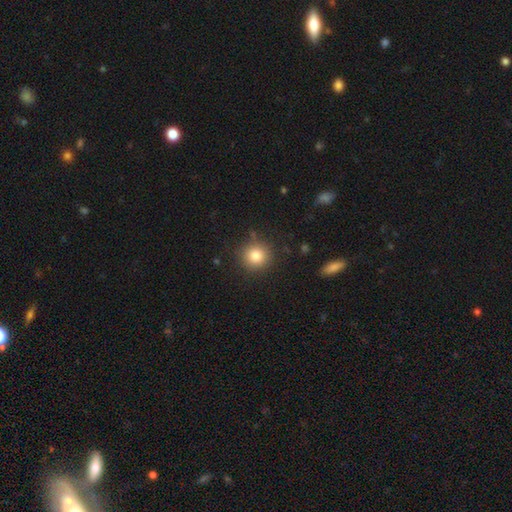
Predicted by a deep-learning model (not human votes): A smooth galaxy with no disk features (82%) that is round (93%). Merging: none (88%).